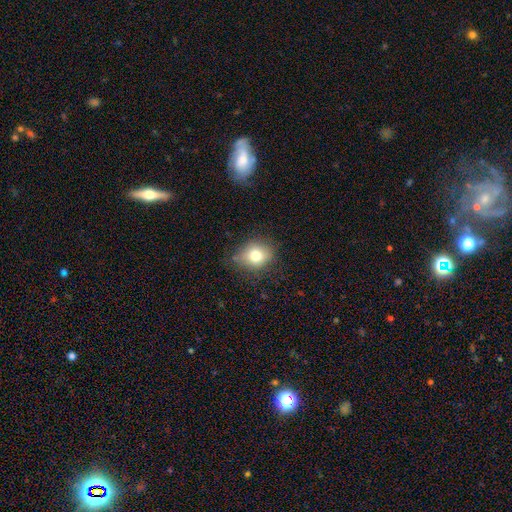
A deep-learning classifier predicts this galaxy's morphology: Smooth or featured?
  - smooth: 76% *
  - featured or disk: 12%
  - star or artifact: 11%
How rounded?
  - round: 61% *
  - in between: 38%
  - cigar-shaped: 1%
Merging?
  - none: 77% *
  - minor disturbance: 18%
  - major disturbance: 4%
  - merger: 1%